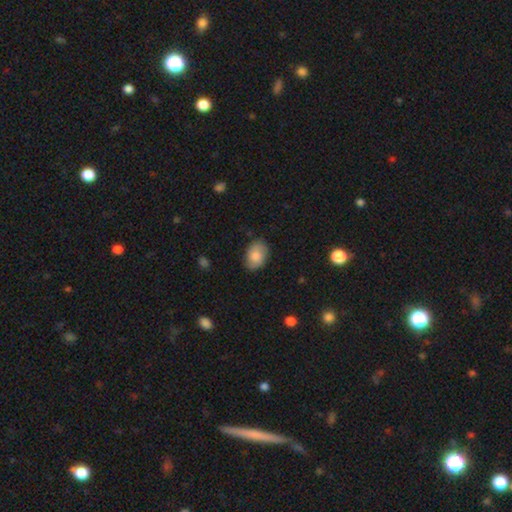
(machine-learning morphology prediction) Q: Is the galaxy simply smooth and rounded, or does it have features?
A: smooth — 72%.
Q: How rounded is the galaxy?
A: in between — 81%.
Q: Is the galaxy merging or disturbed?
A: none — 80%.